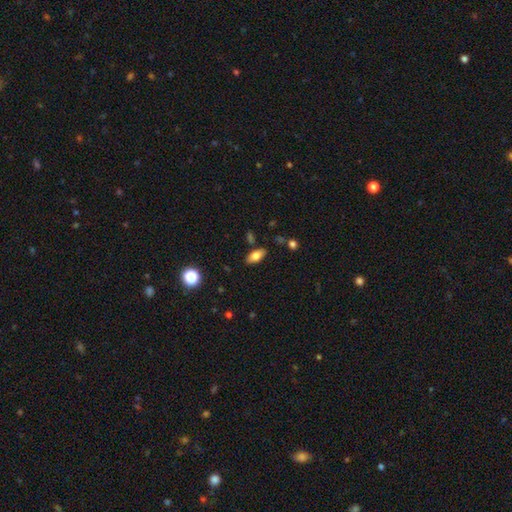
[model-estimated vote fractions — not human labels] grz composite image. It shows a smooth galaxy with no disk features (76%) that is in between round and cigar-shaped (89%). Merging: none (84%).